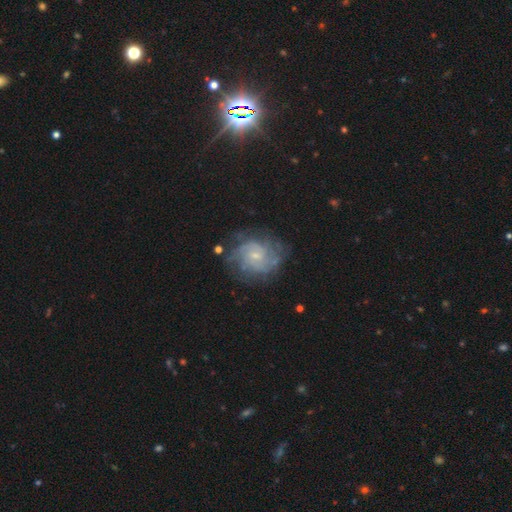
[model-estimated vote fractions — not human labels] The model was most divided on "spiral arm count": can't tell: 39%, 2: 27%, 3: 15%, 4: 9%, more than 4: 5%, 1: 5%. More confident: edge-on disk — no (98%); spiral arms — yes (92%); smooth or featured — featured or disk (79%); bulge size — small (71%); merging — none (69%); bar — no (62%); spiral winding — tight (52%).